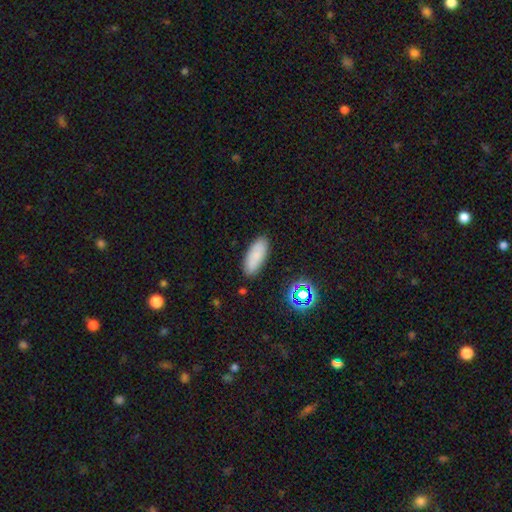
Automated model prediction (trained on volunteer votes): A smooth galaxy with no disk features (81%) that is in between round and cigar-shaped (78%).

Vote fractions:
- Smooth or featured? smooth: 81% / star or artifact: 10% / featured or disk: 9%
- How rounded? in between: 78% / cigar-shaped: 20% / round: 2%
- Merging? none: 86% / minor disturbance: 10% / major disturbance: 2% / merger: 2%